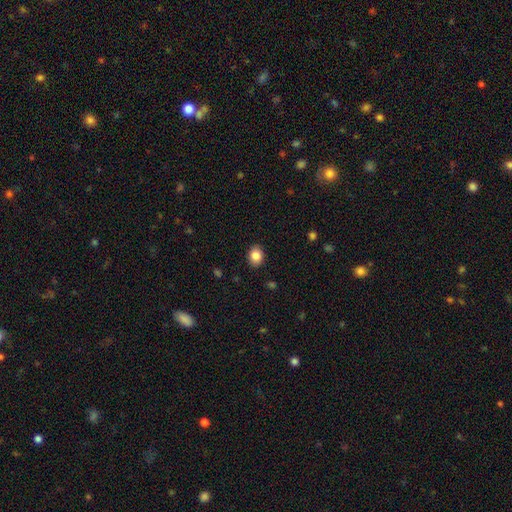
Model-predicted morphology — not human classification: Smooth or featured? Predicted: smooth (p=0.85). How rounded? Predicted: in between (p=0.53). Merging? Predicted: none (p=0.89).